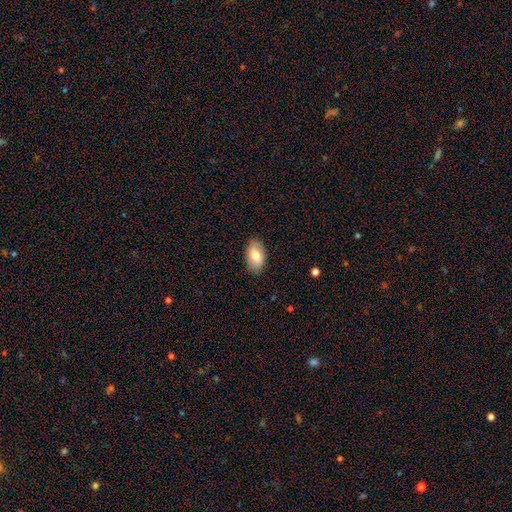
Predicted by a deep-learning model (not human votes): The model was most divided on "smooth or featured": smooth: 76%, featured or disk: 17%, star or artifact: 6%. More confident: how rounded — in between (93%); merging — none (85%).